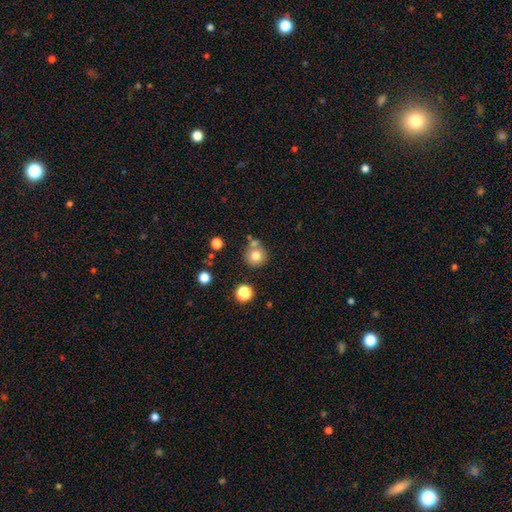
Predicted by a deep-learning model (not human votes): Smooth or featured: smooth — 77% (star or artifact — 12%)
How rounded: round — 93% (in between — 6%)
Merging: none — 68% (merger — 19%)